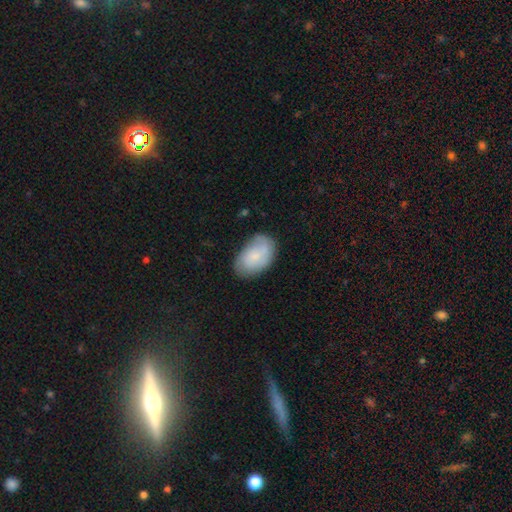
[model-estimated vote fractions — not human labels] A smooth galaxy with no disk features (65%) that is in between round and cigar-shaped (91%). Merging: none (67%).